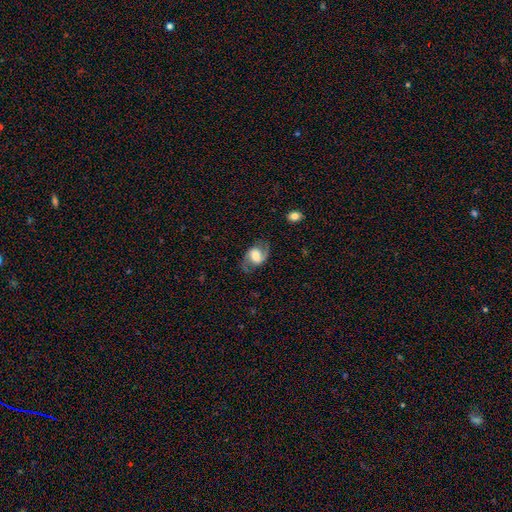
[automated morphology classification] Smooth or featured?
  - featured or disk: 74% *
  - smooth: 19%
  - star or artifact: 7%
Edge-on disk?
  - no: 97% *
  - yes: 3%
Bar?
  - weak: 46% *
  - no: 33%
  - strong: 22%
Spiral arms?
  - yes: 92% *
  - no: 8%
Spiral winding?
  - medium: 49% *
  - loose: 37%
  - tight: 14%
Spiral arm count?
  - 2: 91% *
  - can't tell: 3%
  - 1: 3%
  - 3: 1%
  - 4: 1%
  - more than 4: 1%
Bulge size?
  - moderate: 42% *
  - large: 34%
  - small: 14%
  - dominant: 5%
  - none: 5%
Merging?
  - none: 76% *
  - minor disturbance: 15%
  - major disturbance: 8%
  - merger: 1%